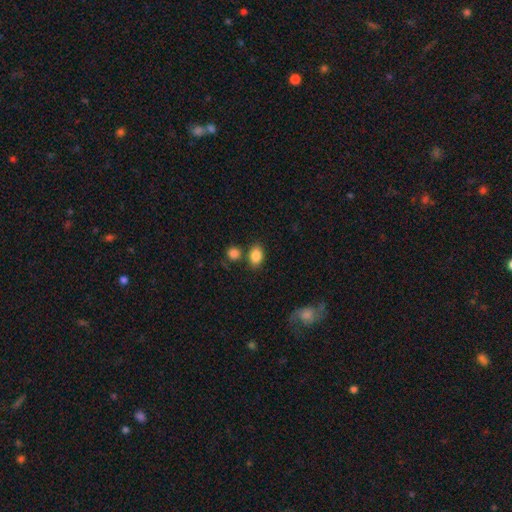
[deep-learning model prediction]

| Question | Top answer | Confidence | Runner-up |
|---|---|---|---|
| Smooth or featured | smooth | 86% | star or artifact (8%) |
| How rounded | in between | 75% | round (24%) |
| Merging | none | 71% | merger (13%) |